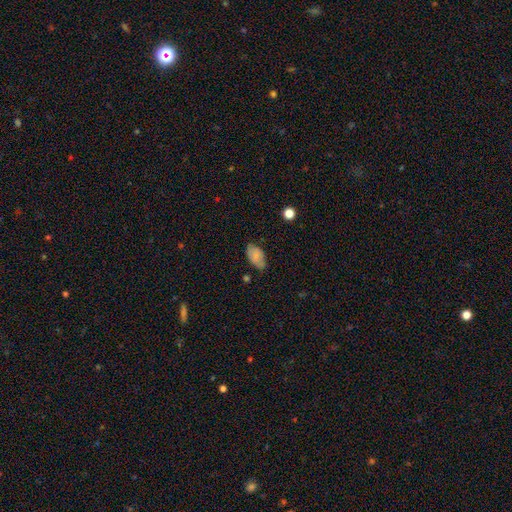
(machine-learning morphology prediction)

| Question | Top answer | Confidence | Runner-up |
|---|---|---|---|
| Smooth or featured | smooth | 78% | featured or disk (14%) |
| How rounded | in between | 94% | round (4%) |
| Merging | none | 69% | minor disturbance (24%) |